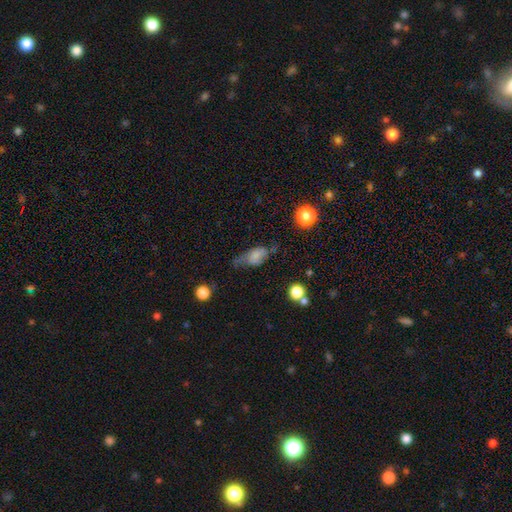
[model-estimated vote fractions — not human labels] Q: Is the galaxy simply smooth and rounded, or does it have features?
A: smooth — 66%.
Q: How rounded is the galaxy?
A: in between — 84%.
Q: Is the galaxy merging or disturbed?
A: none — 39%.